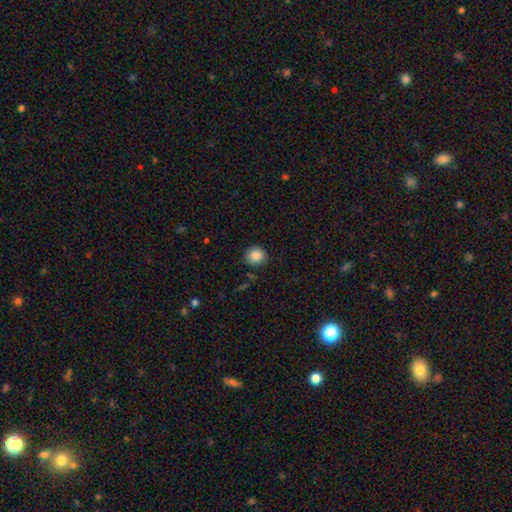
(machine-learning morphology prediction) smooth_or_featured: smooth (p=0.86) [alt: star or artifact p=0.09]
how_rounded: round (p=0.86) [alt: in between p=0.13]
merging: none (p=0.86) [alt: minor disturbance p=0.10]